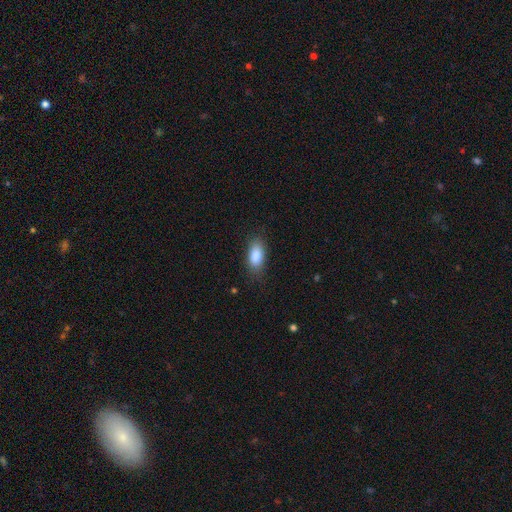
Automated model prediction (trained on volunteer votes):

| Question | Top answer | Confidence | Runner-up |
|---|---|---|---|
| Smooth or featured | smooth | 87% | star or artifact (7%) |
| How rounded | in between | 88% | cigar-shaped (9%) |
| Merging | none | 81% | minor disturbance (14%) |